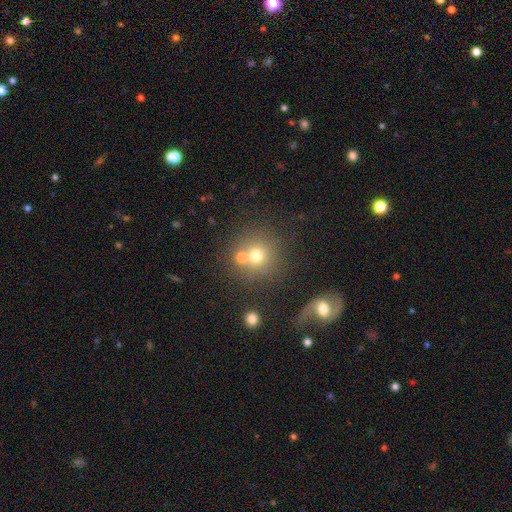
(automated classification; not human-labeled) Smooth or featured: smooth — 70% (star or artifact — 16%)
How rounded: round — 91% (in between — 8%)
Merging: none — 61% (merger — 26%)